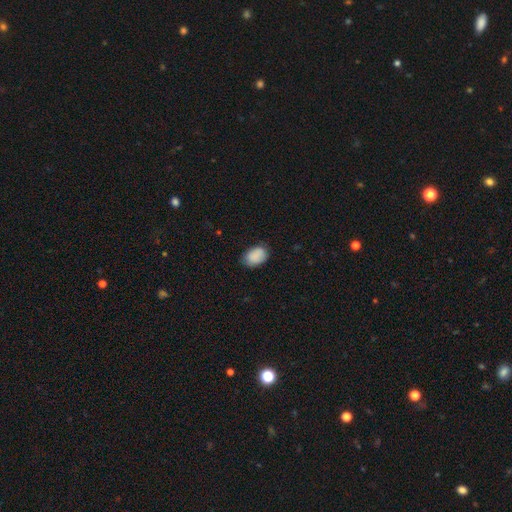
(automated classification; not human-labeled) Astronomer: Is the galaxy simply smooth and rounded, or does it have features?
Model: smooth — 89%.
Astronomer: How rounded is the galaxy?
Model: in between — 84%.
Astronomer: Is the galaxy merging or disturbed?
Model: none — 73%.